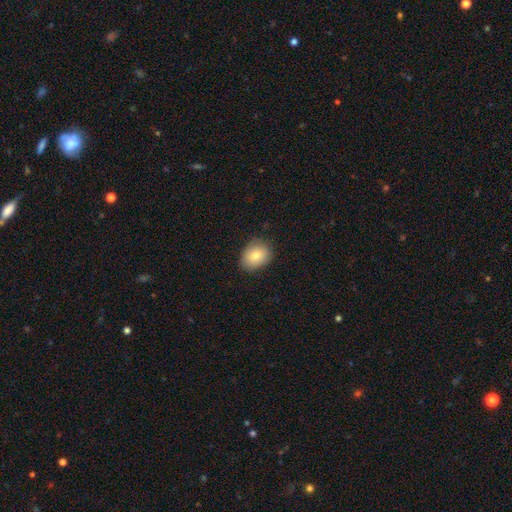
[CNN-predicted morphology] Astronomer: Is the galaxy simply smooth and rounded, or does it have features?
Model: smooth — 81%.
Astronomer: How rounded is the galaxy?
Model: in between — 58% (runner-up: round, 41%).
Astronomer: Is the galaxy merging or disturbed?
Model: none — 83%.